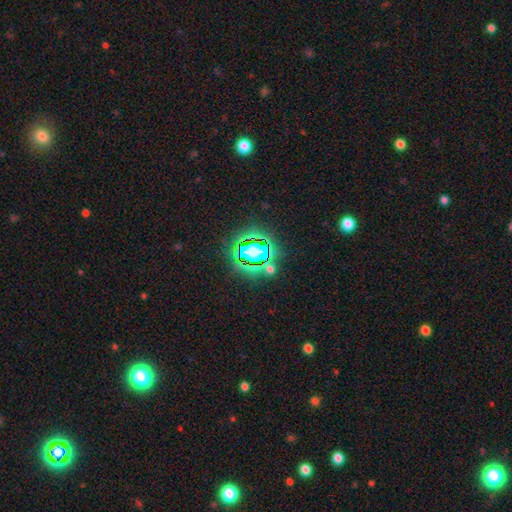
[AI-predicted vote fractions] Smooth or featured?
  - star or artifact: 81% *
  - smooth: 12%
  - featured or disk: 7%